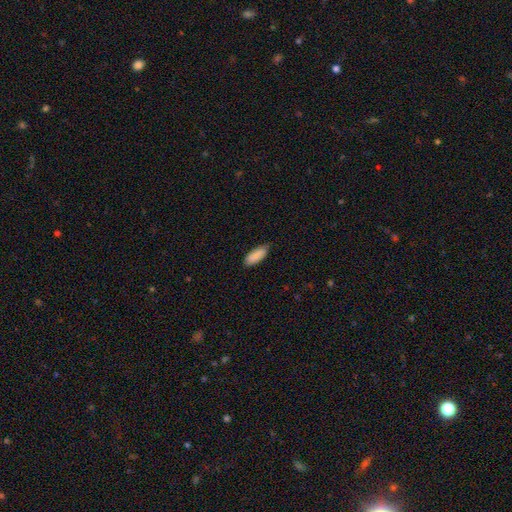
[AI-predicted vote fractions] Smooth or featured? Predicted: smooth (p=0.89). How rounded? Predicted: in between (p=0.74). Merging? Predicted: none (p=0.80).